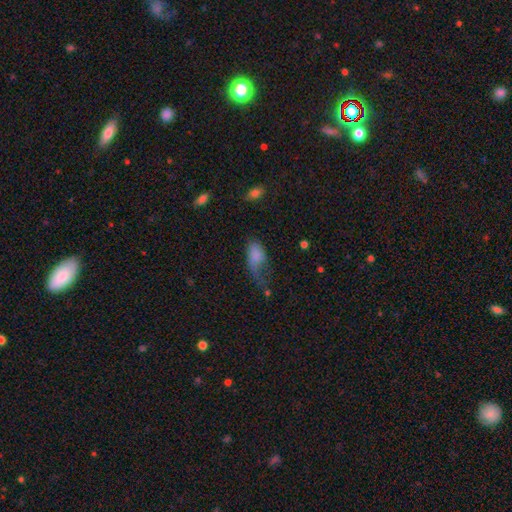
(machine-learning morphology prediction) A smooth galaxy with no disk features (72%) that is in between round and cigar-shaped (90%). Merging: major disturbance (56%).